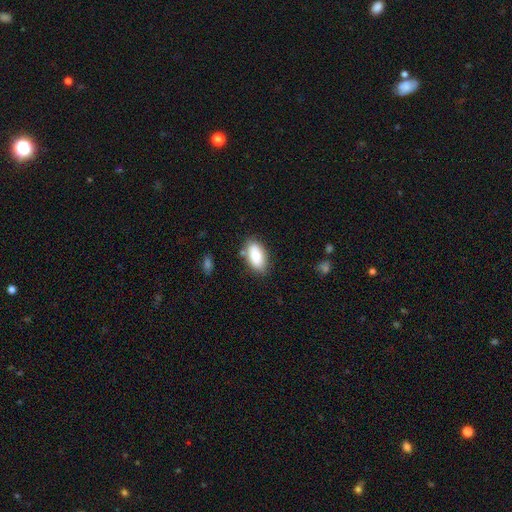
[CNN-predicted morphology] smooth_or_featured: smooth (p=0.80) [alt: featured or disk p=0.13]
how_rounded: in between (p=0.93) [alt: cigar-shaped p=0.04]
merging: none (p=0.79) [alt: minor disturbance p=0.13]